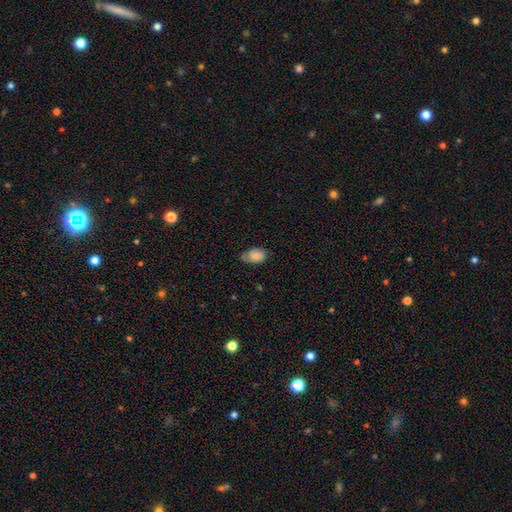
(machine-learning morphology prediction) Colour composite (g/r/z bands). It shows a smooth galaxy with no disk features (76%) that is in between round and cigar-shaped (88%). Merging: none (61%).